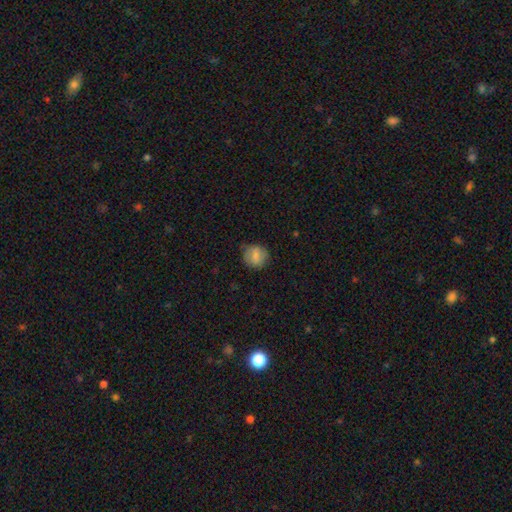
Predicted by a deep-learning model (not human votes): This is likely a smooth galaxy (77%). How rounded: clearly round (86%). Merging: likely none (76%).